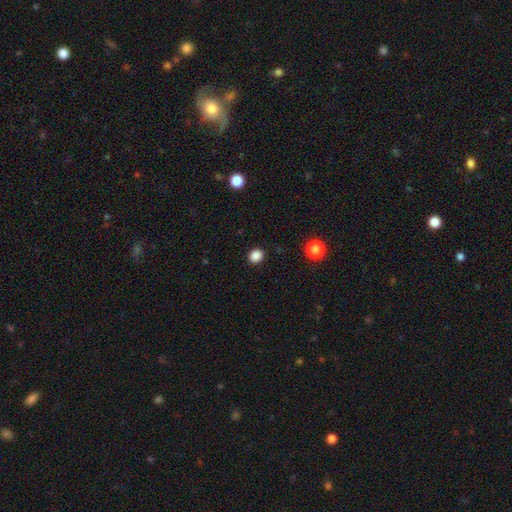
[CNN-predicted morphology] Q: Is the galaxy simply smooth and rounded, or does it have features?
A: smooth — 86%.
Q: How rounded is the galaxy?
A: round — 76%.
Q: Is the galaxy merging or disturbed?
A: none — 90%.